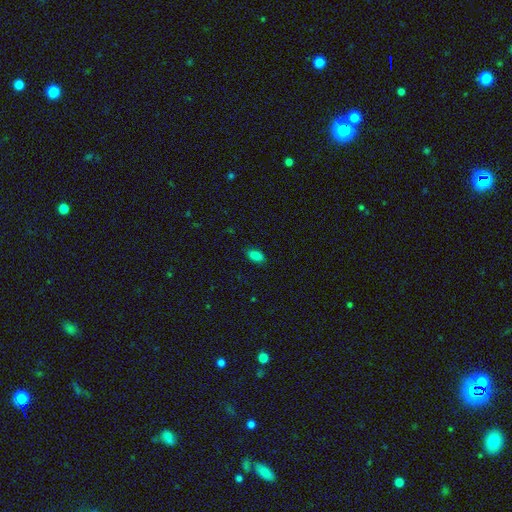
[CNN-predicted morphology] This is clearly a smooth galaxy (85%). How rounded: clearly in between (93%). Merging: clearly none (86%).